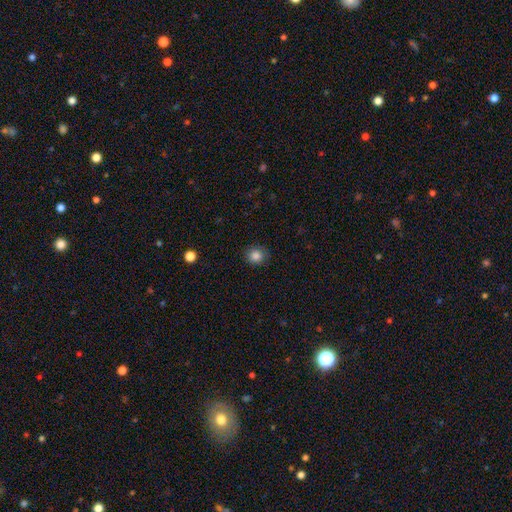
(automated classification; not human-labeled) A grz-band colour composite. It shows a smooth galaxy with no disk features (85%) that is round (83%). Merging: none (87%).